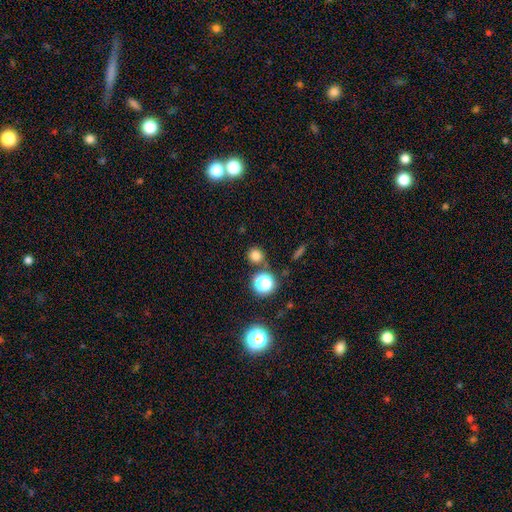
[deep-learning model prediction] Q: Smooth or featured?
A: smooth (75%); runner-up: star or artifact (19%)
Q: How rounded?
A: round (91%); runner-up: in between (8%)
Q: Merging?
A: none (80%); runner-up: merger (9%)